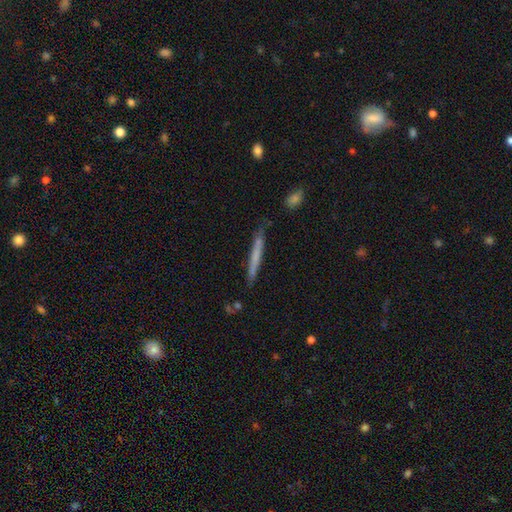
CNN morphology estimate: Smooth or featured?
  - smooth: 56% *
  - featured or disk: 38%
  - star or artifact: 7%
How rounded?
  - cigar-shaped: 96% *
  - in between: 2%
  - round: 1%
Merging?
  - none: 79% *
  - minor disturbance: 15%
  - major disturbance: 3%
  - merger: 3%